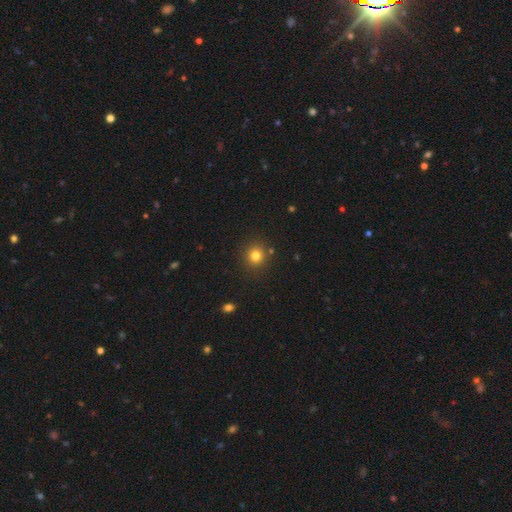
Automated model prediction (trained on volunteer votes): This is clearly a smooth galaxy (80%). How rounded: clearly round (90%). Merging: clearly none (86%).